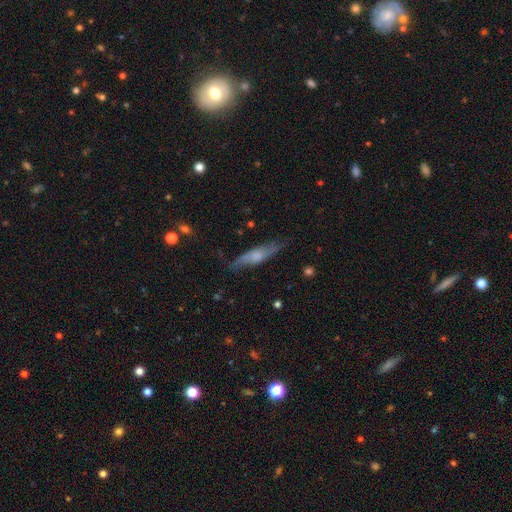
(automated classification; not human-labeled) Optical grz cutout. It shows a smooth galaxy with no disk features (50%). Merging: none (77%).